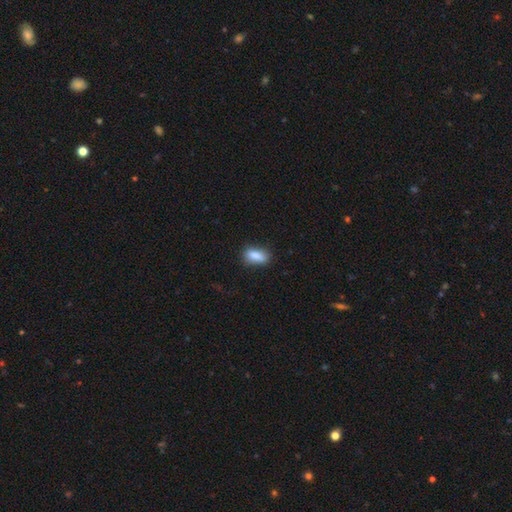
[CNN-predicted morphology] Overall: smooth (86%). How rounded: in between (82%). Merging: none (77%).